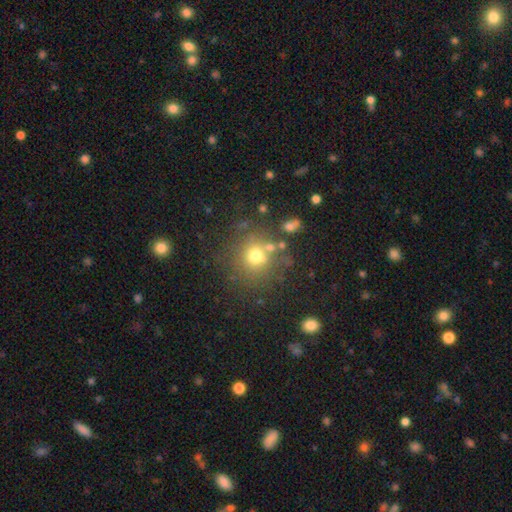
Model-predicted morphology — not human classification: smooth-or-featured: smooth: 67% | star or artifact: 19% | featured or disk: 14%
  how-rounded: round: 88% | in between: 11% | cigar-shaped: 1%
  merging: none: 71% | minor disturbance: 12% | merger: 10% | major disturbance: 7%